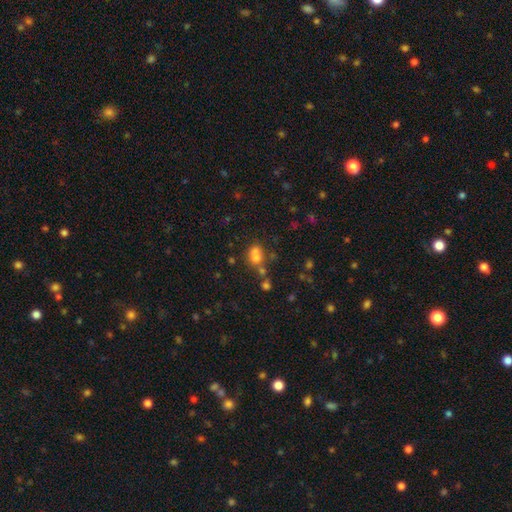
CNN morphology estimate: Q: Smooth or featured?
A: smooth (67%); runner-up: star or artifact (18%)
Q: How rounded?
A: round (53%); runner-up: in between (45%)
Q: Merging?
A: merger (40%); runner-up: none (38%)